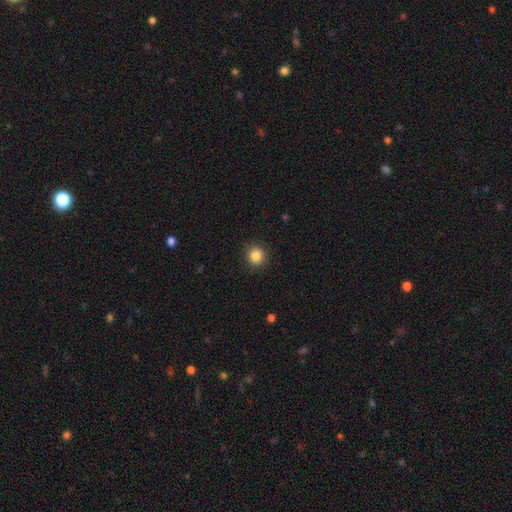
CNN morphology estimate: Q: Smooth or featured?
A: smooth (86%); runner-up: star or artifact (10%)
Q: How rounded?
A: round (93%); runner-up: in between (6%)
Q: Merging?
A: none (91%); runner-up: minor disturbance (6%)